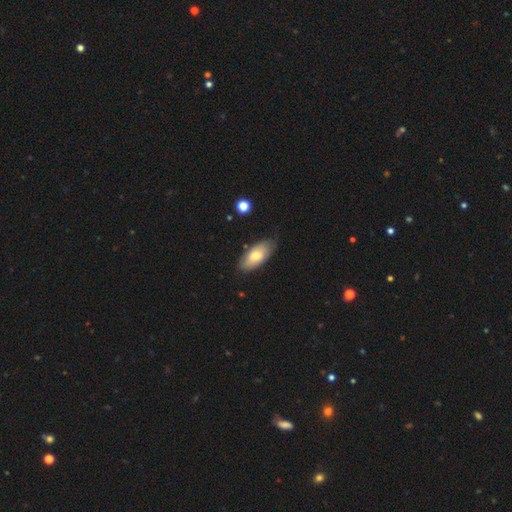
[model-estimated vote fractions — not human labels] A smooth galaxy with no disk features (71%) that is in between round and cigar-shaped (89%).

Vote fractions:
- Smooth or featured? smooth: 71% / featured or disk: 23% / star or artifact: 6%
- How rounded? in between: 89% / cigar-shaped: 9% / round: 2%
- Merging? none: 73% / minor disturbance: 21% / major disturbance: 4% / merger: 2%